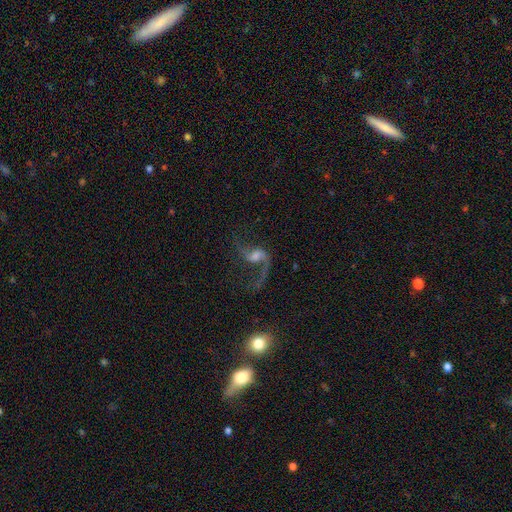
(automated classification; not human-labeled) smooth-or-featured: featured or disk: 86% | star or artifact: 7% | smooth: 7%
  disk-edge-on: no: 97% | yes: 3%
    bar: weak: 44% | no: 41% | strong: 16%
    has-spiral-arms: yes: 95% | no: 5%
      spiral-winding: loose: 83% | medium: 14% | tight: 3%
      spiral-arm-count: 2: 83% | 1: 13% | can't tell: 1% | 3: 1% | 4: 1% | more than 4: 1%
    bulge-size: moderate: 40% | small: 36% | none: 12% | large: 10% | dominant: 2%
  merging: none: 58% | major disturbance: 24% | minor disturbance: 14% | merger: 4%